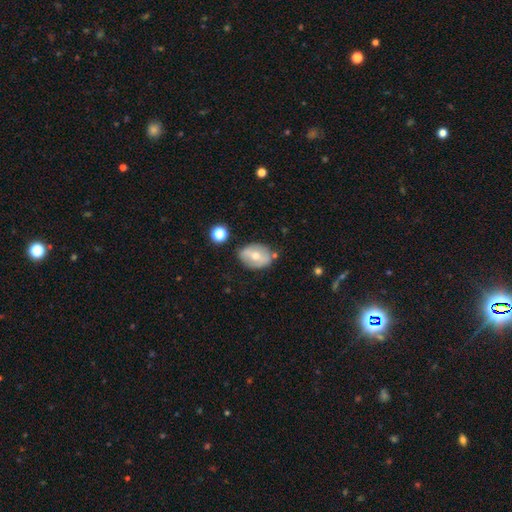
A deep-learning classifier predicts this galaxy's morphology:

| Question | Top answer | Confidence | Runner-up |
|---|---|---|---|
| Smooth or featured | smooth | 51% | featured or disk (41%) |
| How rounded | in between | 66% | round (33%) |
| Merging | none | 71% | minor disturbance (18%) |